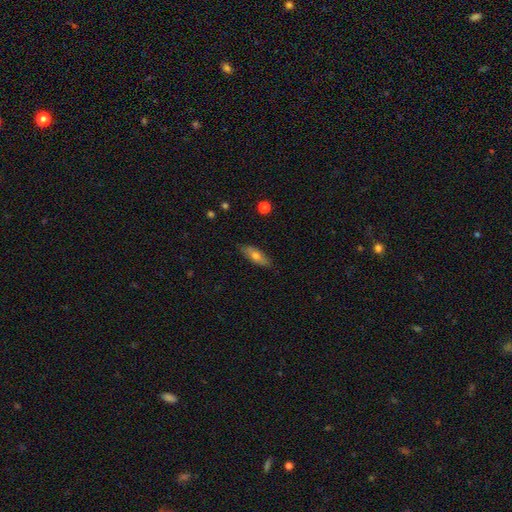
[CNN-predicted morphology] Smooth or featured? Predicted: smooth (p=0.59). How rounded? Predicted: in between (p=0.53). Merging? Predicted: none (p=0.84).